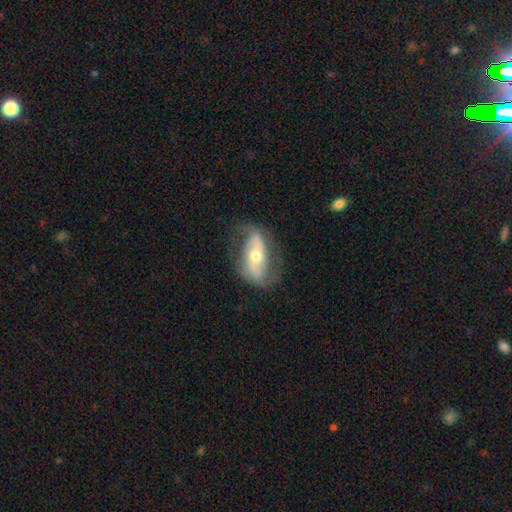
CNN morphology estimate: Q: Smooth or featured?
A: featured or disk (75%); runner-up: smooth (18%)
Q: Edge-on disk?
A: no (92%); runner-up: yes (8%)
Q: Bar?
A: no (39%); runner-up: strong (32%)
Q: Spiral arms?
A: yes (86%); runner-up: no (14%)
Q: Spiral winding?
A: loose (51%); runner-up: medium (33%)
Q: Spiral arm count?
A: 2 (86%); runner-up: can't tell (7%)
Q: Bulge size?
A: moderate (60%); runner-up: small (33%)
Q: Merging?
A: none (67%); runner-up: minor disturbance (20%)